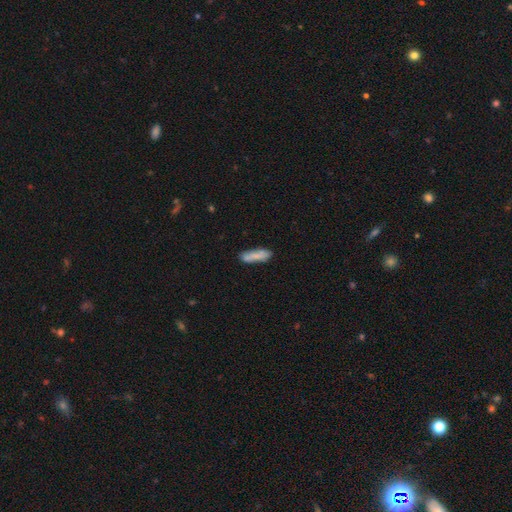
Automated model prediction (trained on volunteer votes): Smooth or featured? smooth (76%)
How rounded? cigar-shaped (68%)
Merging? none (72%)